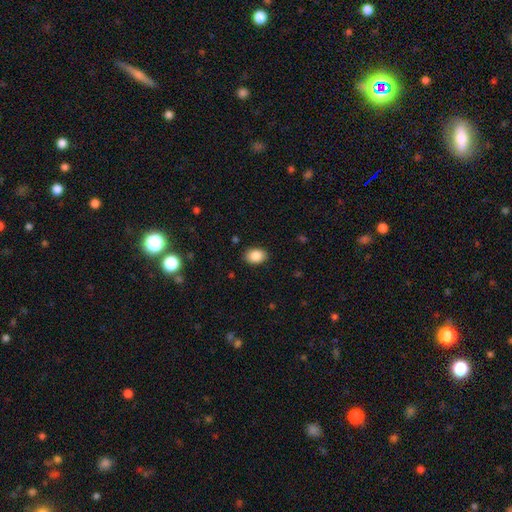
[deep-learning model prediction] smooth 88%, star or artifact 8%, featured or disk 5%. Down the decision tree: how rounded — in between (76%); merging — none (87%).